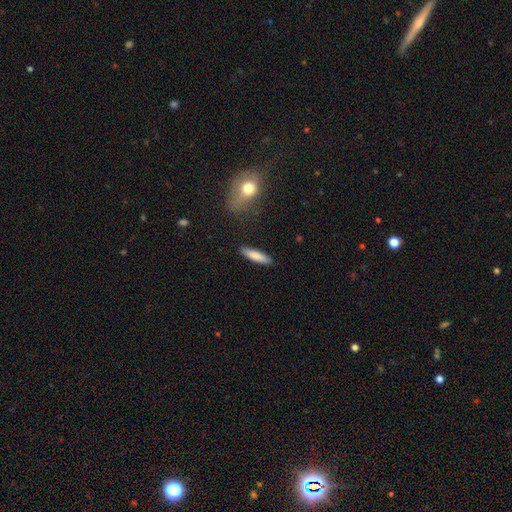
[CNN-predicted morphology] Smooth or featured? smooth (81%)
How rounded? cigar-shaped (74%)
Merging? none (87%)